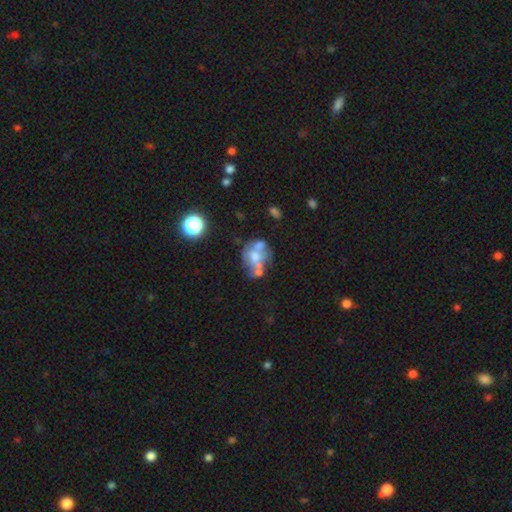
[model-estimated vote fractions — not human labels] smooth-or-featured: featured or disk: 52% | smooth: 35% | star or artifact: 13%
  disk-edge-on: no: 97% | yes: 3%
    bar: no: 87% | weak: 10% | strong: 3%
    has-spiral-arms: no: 89% | yes: 11%
    bulge-size: moderate: 47% | none: 21% | small: 20% | large: 10% | dominant: 2%
  merging: merger: 34% | none: 32% | major disturbance: 17% | minor disturbance: 17%